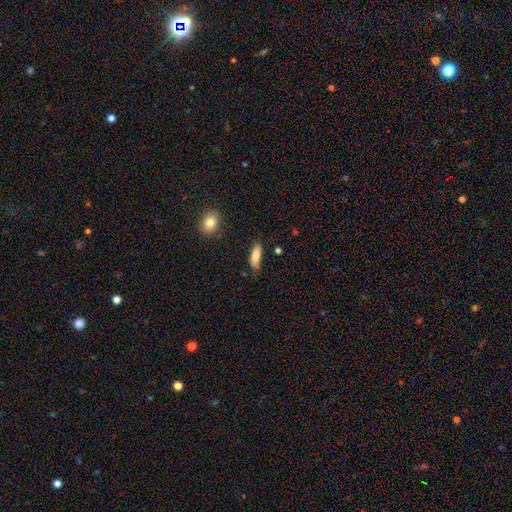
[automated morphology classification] This appears to be a smooth galaxy with no disk features (83%) that is in between round and cigar-shaped (69%). Merging: none (63%).